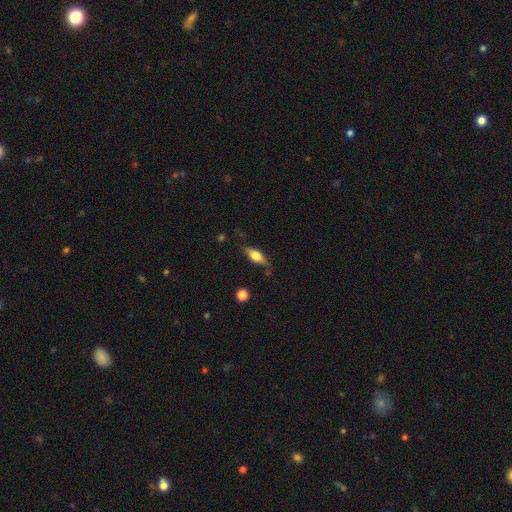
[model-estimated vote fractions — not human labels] smooth 55%, featured or disk 37%, star or artifact 8%. Down the decision tree: how rounded — in between (71%); merging — none (70%).